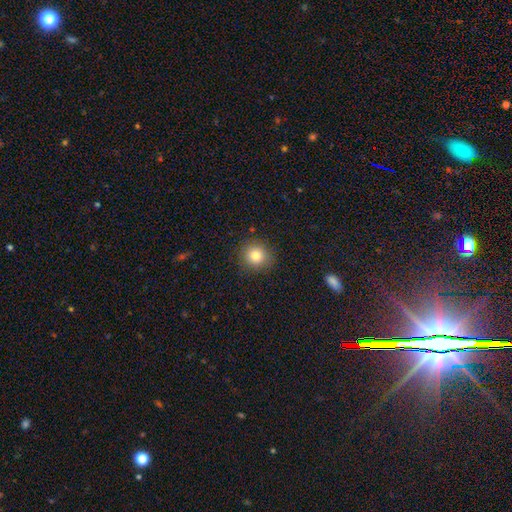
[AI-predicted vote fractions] This appears to be a smooth galaxy with no disk features (81%) that is round (90%). Merging: none (88%).